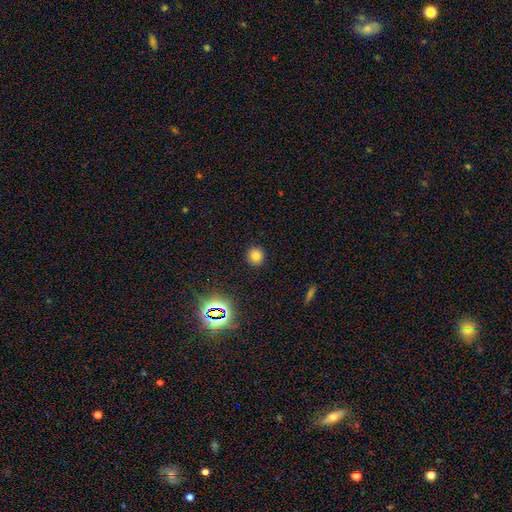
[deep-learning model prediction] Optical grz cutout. It shows a smooth galaxy with no disk features (77%) that is round (89%). Merging: none (90%).